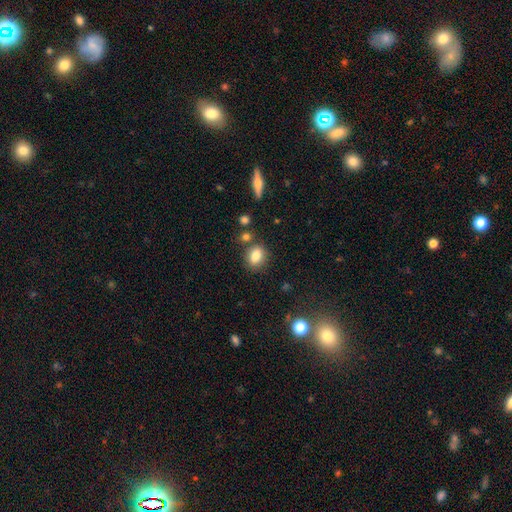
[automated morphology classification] Q: Smooth or featured?
A: smooth (82%); runner-up: star or artifact (10%)
Q: How rounded?
A: in between (56%); runner-up: round (42%)
Q: Merging?
A: none (74%); runner-up: minor disturbance (13%)